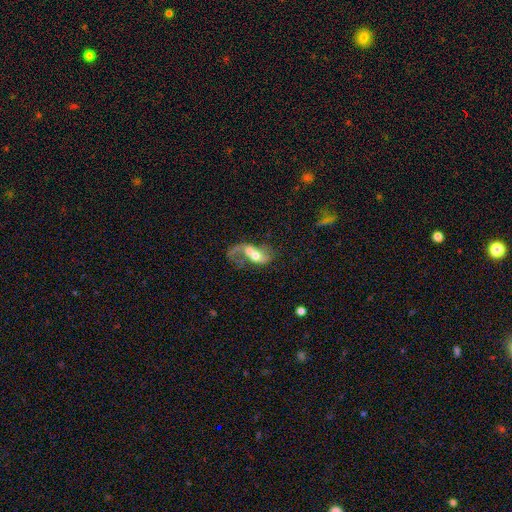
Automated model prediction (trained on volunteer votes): Morphology: type=featured or disk (53%); edge-on=no (94%); merging=merger (59%).